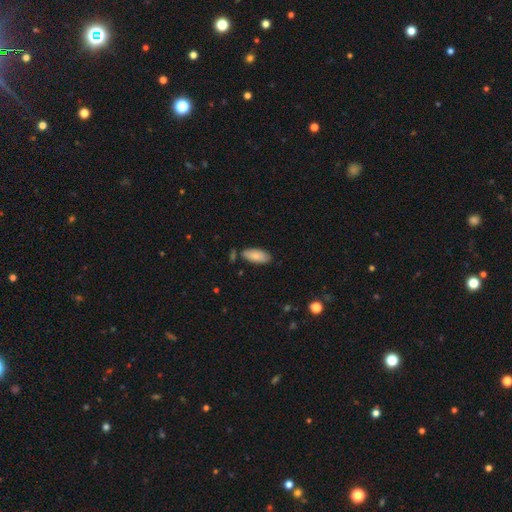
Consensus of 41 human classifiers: Overall: smooth (80%). How rounded: in between (91%). Merging: none (84%).